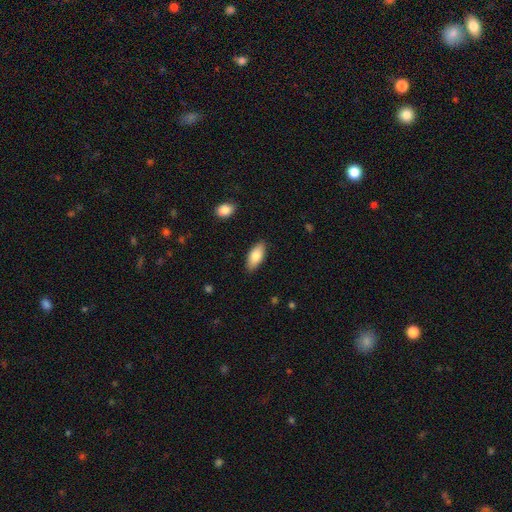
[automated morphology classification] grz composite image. It shows a smooth galaxy with no disk features (81%) that is in between round and cigar-shaped (86%). Merging: none (86%).